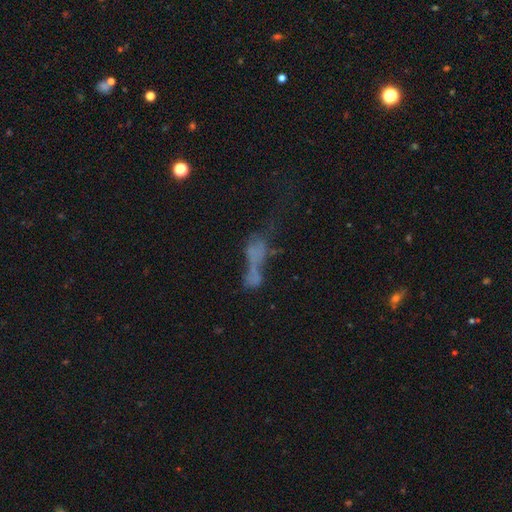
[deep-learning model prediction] This is marginally a featured or disk galaxy (40%). Merging: marginally merger (41%).